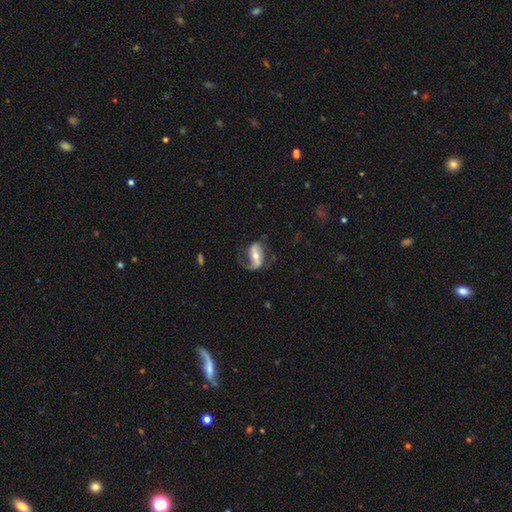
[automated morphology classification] This is likely a featured or disk galaxy (79%). It is clearly not viewed edge-on (95%). Bar: possibly strong (50%). Spiral arm pattern: clearly yes (91%). Spiral arm count: likely 2 (67%). Spiral winding: possibly loose (53%). Central bulge: possibly moderate (60%). Merging: possibly none (55%).